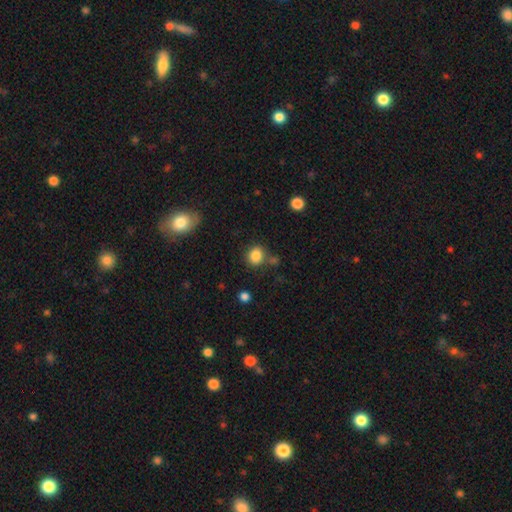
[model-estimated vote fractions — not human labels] Smooth or featured? Predicted: smooth (p=0.85). How rounded? Predicted: round (p=0.74). Merging? Predicted: none (p=0.74).